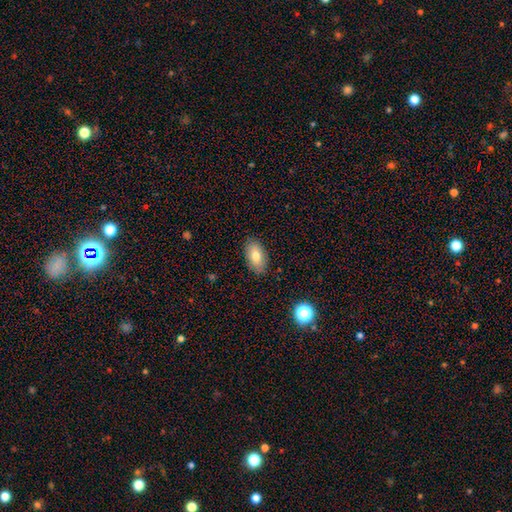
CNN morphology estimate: Smooth or featured? Predicted: smooth (p=0.76). How rounded? Predicted: in between (p=0.93). Merging? Predicted: none (p=0.86).